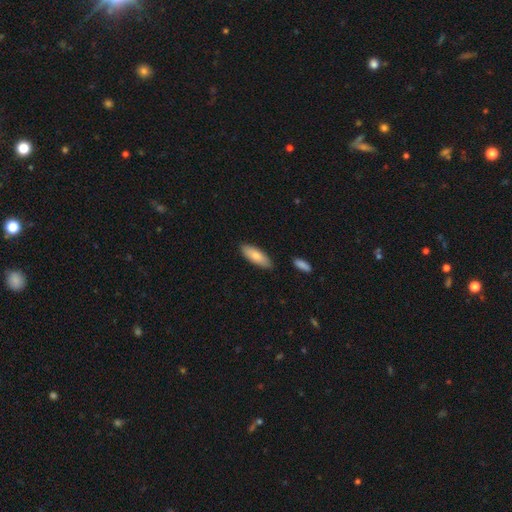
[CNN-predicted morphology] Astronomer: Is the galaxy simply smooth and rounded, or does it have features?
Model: smooth — 77%.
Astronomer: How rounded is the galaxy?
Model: in between — 67%.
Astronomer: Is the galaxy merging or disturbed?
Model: none — 84%.